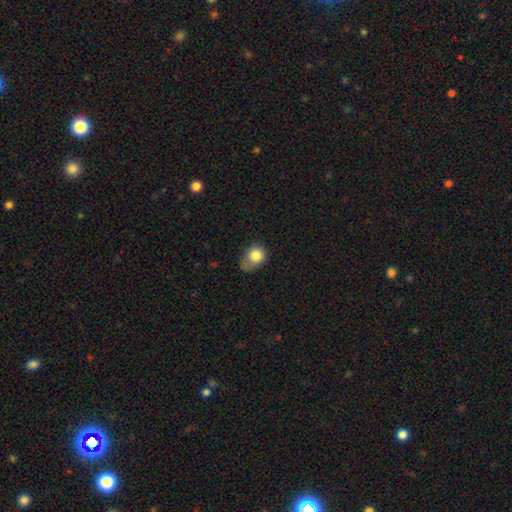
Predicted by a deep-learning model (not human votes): The model was most divided on "merging": minor disturbance: 40%, none: 32%, major disturbance: 23%, merger: 5%. More confident: smooth or featured — smooth (82%); how rounded — round (56%).